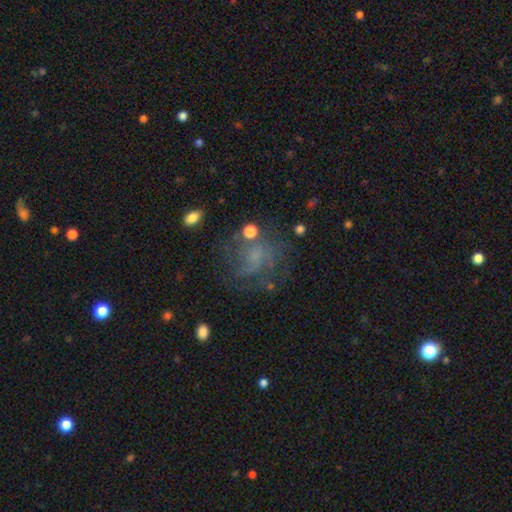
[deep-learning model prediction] A featured or disk galaxy (56%) with no bar (75%), spiral arms (74%) and no central bulge (45%). Merging: none (56%).